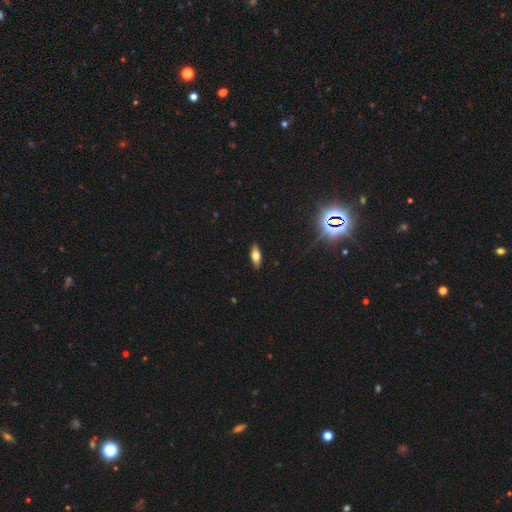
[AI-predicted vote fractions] This is likely a smooth galaxy (61%). How rounded: likely in between (71%). Merging: clearly none (89%).